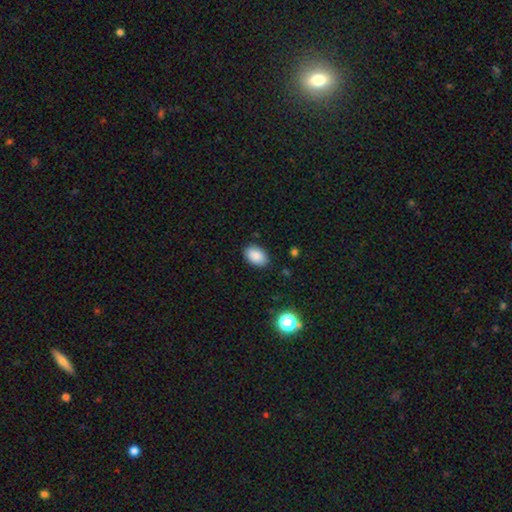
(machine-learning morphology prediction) smooth_or_featured: smooth (p=0.88) [alt: star or artifact p=0.08]
how_rounded: in between (p=0.90) [alt: round p=0.09]
merging: none (p=0.87) [alt: minor disturbance p=0.10]